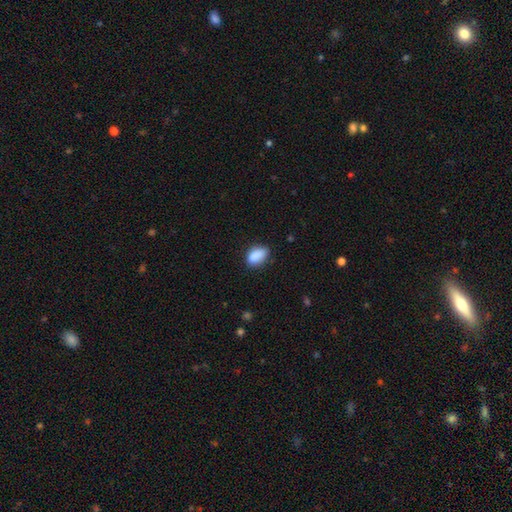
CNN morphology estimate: Q: Smooth or featured?
A: smooth (87%); runner-up: star or artifact (8%)
Q: How rounded?
A: in between (87%); runner-up: round (10%)
Q: Merging?
A: none (69%); runner-up: minor disturbance (25%)